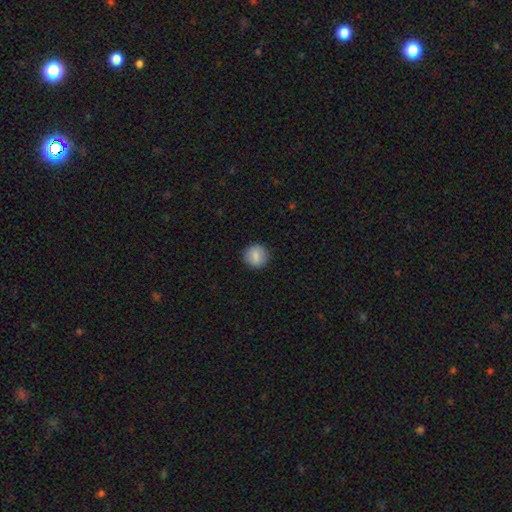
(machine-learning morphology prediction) Q: Smooth or featured?
A: smooth (83%); runner-up: featured or disk (9%)
Q: How rounded?
A: round (91%); runner-up: in between (8%)
Q: Merging?
A: none (91%); runner-up: minor disturbance (6%)